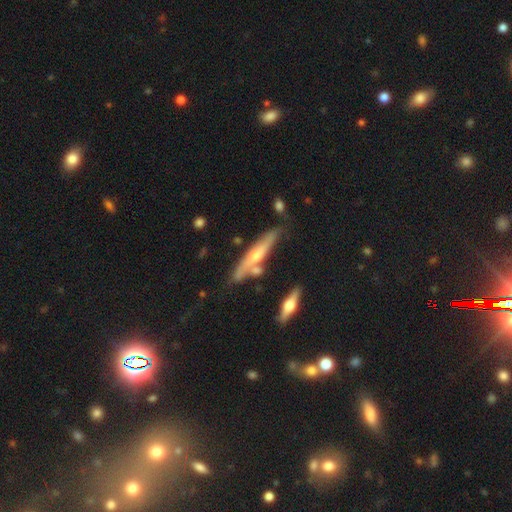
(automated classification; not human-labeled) Smooth or featured? Predicted: featured or disk (p=0.59). Edge-on disk? Predicted: yes (p=0.83). Merging? Predicted: none (p=0.67).